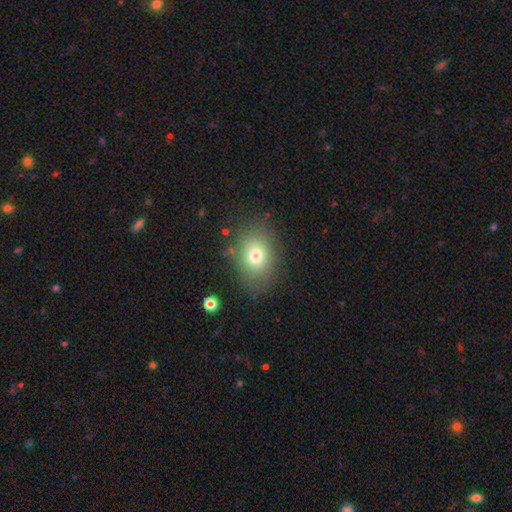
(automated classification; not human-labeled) Smooth or featured? smooth (75%)
How rounded? in between (64%)
Merging? none (80%)